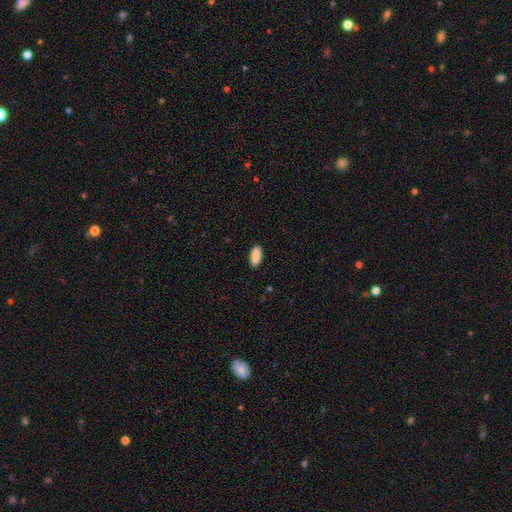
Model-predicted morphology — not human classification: This is clearly a smooth galaxy (90%). How rounded: likely in between (78%). Merging: clearly none (89%).